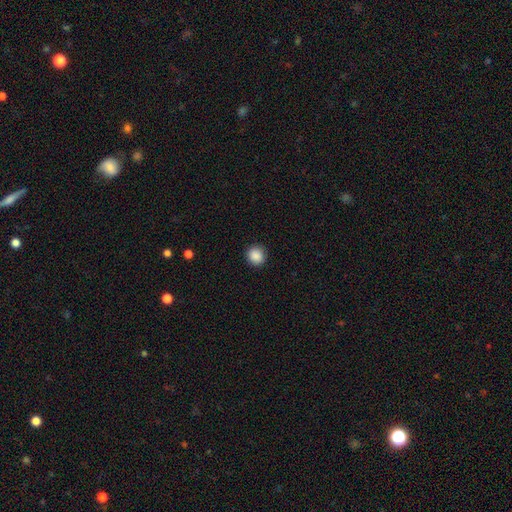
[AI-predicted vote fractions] Smooth or featured: smooth — 88% (star or artifact — 9%)
How rounded: round — 89% (in between — 10%)
Merging: none — 91% (minor disturbance — 6%)